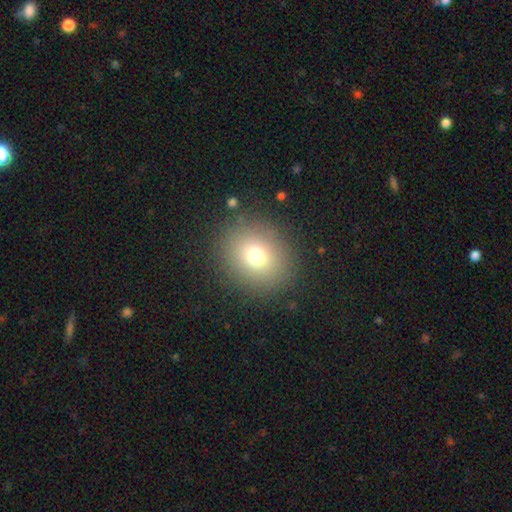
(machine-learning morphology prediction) The model was most divided on "how rounded": round: 74%, in between: 25%, cigar-shaped: 1%. More confident: merging — none (87%); smooth or featured — smooth (74%).